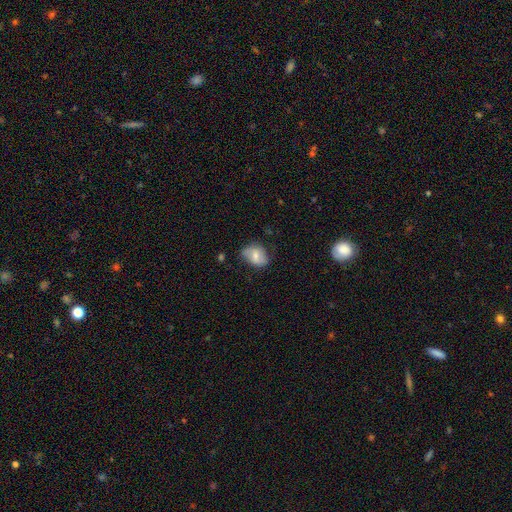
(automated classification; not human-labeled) Smooth or featured: smooth — 59% (featured or disk — 33%)
How rounded: in between — 70% (round — 28%)
Merging: none — 63% (minor disturbance — 28%)